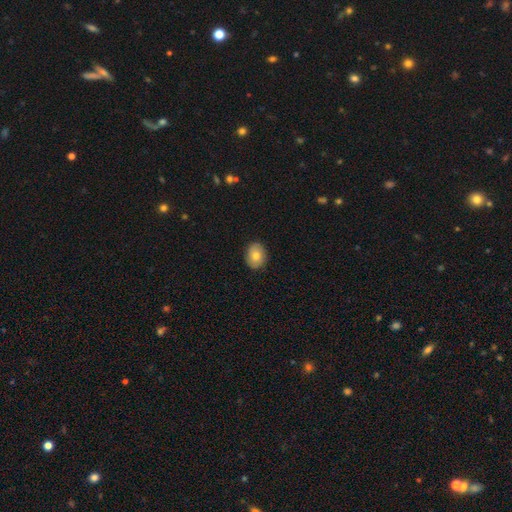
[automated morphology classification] A smooth galaxy with no disk features (76%) that is in between round and cigar-shaped (52%).

Vote fractions:
- Smooth or featured? smooth: 76% / featured or disk: 16% / star or artifact: 8%
- How rounded? in between: 52% / round: 47% / cigar-shaped: 1%
- Merging? none: 88% / minor disturbance: 9% / major disturbance: 2% / merger: 1%